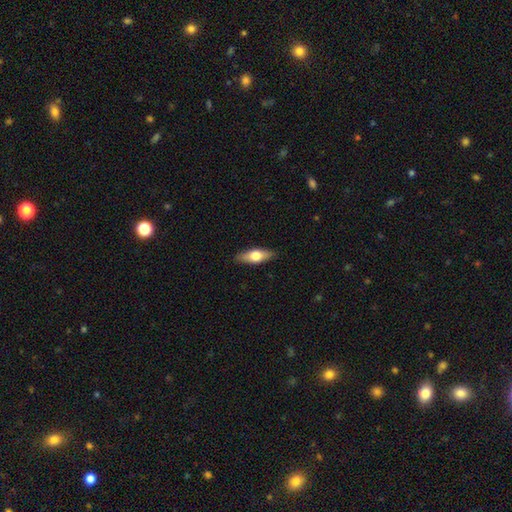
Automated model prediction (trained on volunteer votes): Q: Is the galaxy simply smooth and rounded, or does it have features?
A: smooth — 60%.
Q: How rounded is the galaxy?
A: in between — 67%.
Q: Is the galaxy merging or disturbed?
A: none — 88%.